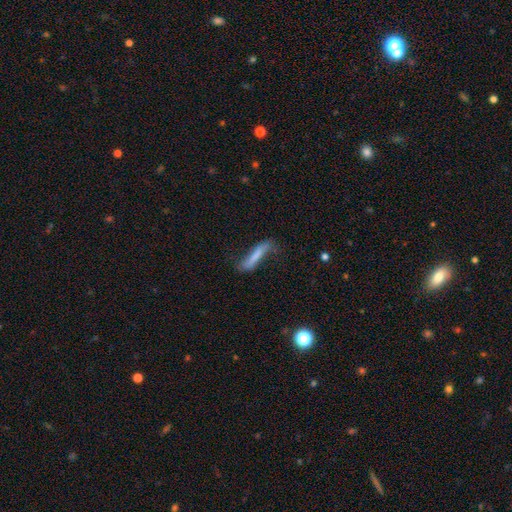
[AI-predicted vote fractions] A smooth galaxy with no disk features (62%) that is cigar-shaped (87%). Merging: none (50%).